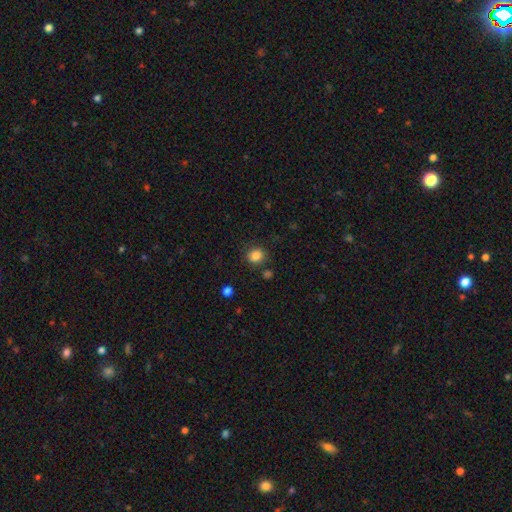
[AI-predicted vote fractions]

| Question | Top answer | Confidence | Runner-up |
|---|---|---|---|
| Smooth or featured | smooth | 85% | star or artifact (11%) |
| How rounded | round | 81% | in between (18%) |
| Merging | none | 82% | minor disturbance (10%) |